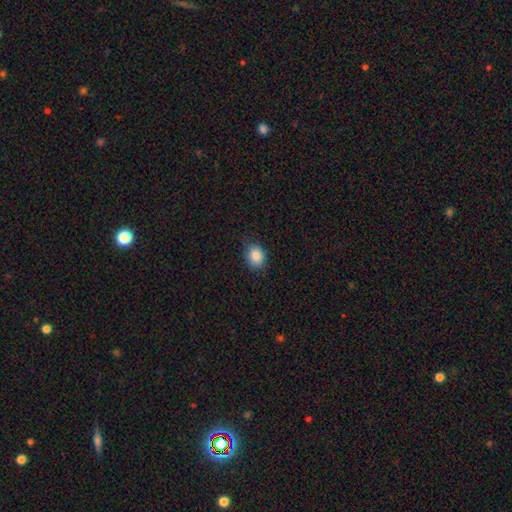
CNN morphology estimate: Q: Smooth or featured?
A: smooth (86%); runner-up: star or artifact (9%)
Q: How rounded?
A: round (59%); runner-up: in between (40%)
Q: Merging?
A: none (81%); runner-up: minor disturbance (15%)